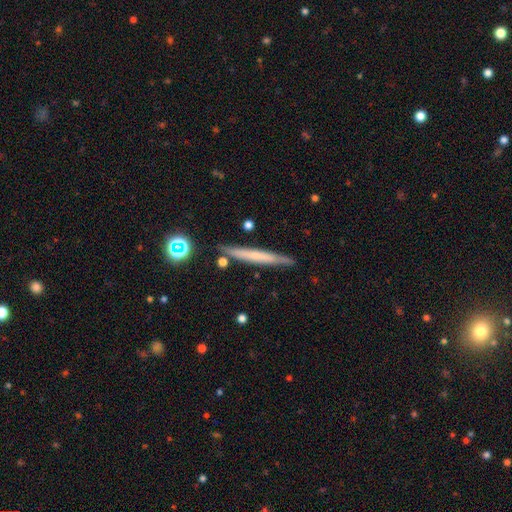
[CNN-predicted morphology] This is possibly a smooth galaxy (49%). Merging: clearly none (85%).